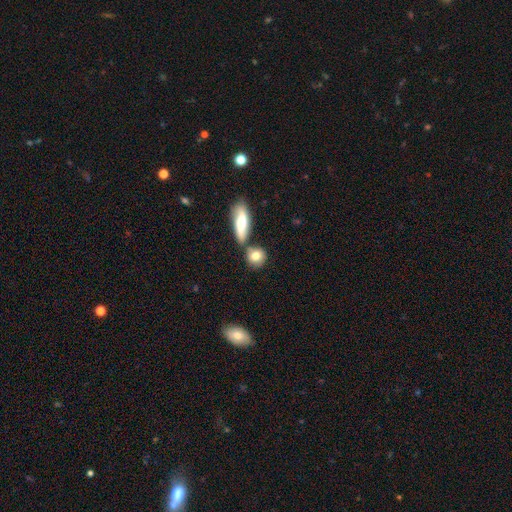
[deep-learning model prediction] Overall: smooth (79%). How rounded: round (68%). Merging: none (64%).